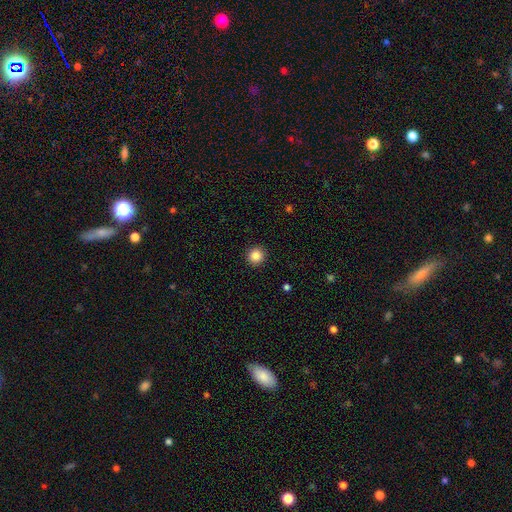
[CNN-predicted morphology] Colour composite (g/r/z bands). It shows a smooth galaxy with no disk features (86%) that is round (94%). Merging: none (93%).